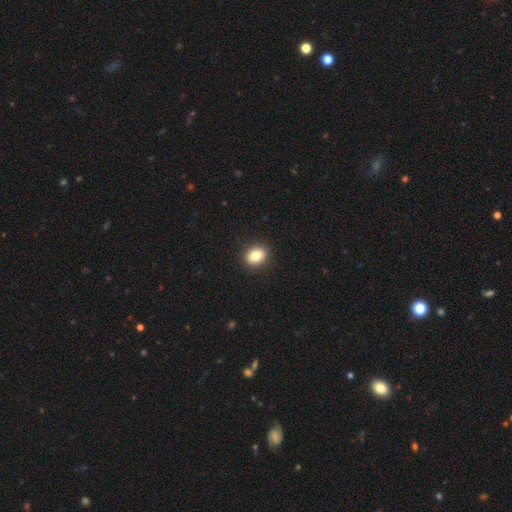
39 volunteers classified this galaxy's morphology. Smooth or featured?
  - smooth: 82% *
  - featured or disk: 10%
  - star or artifact: 8%
How rounded?
  - round: 69% *
  - in between: 28%
  - cigar-shaped: 3%
Merging?
  - none: 89% *
  - minor disturbance: 6%
  - major disturbance: 6%
  - merger: 0%